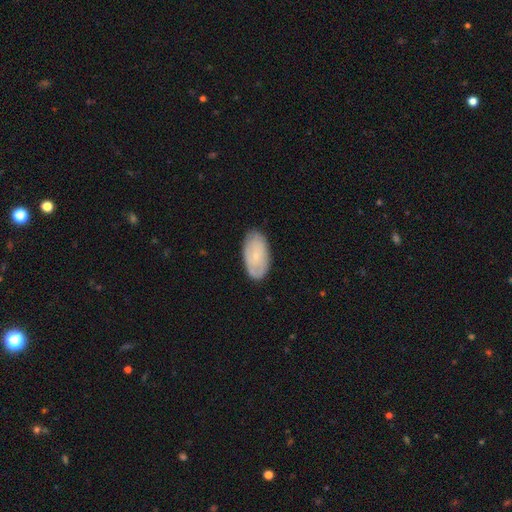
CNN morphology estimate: Q: Smooth or featured?
A: smooth (55%); runner-up: featured or disk (38%)
Q: How rounded?
A: in between (94%); runner-up: round (3%)
Q: Merging?
A: none (81%); runner-up: minor disturbance (15%)